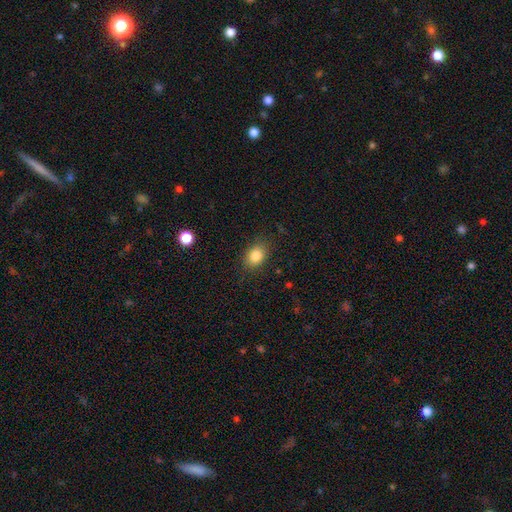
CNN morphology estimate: A smooth galaxy with no disk features (84%) that is in between round and cigar-shaped (70%). Merging: none (85%).